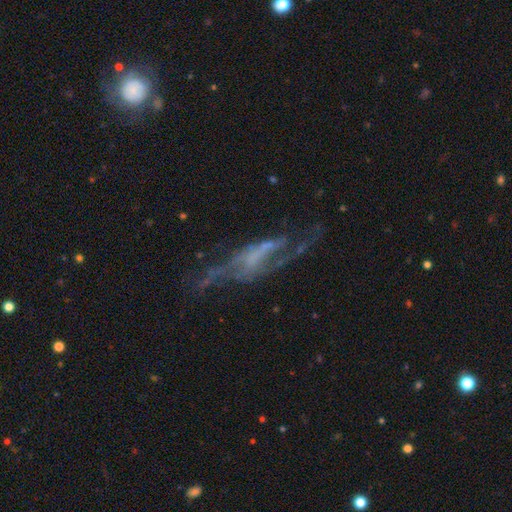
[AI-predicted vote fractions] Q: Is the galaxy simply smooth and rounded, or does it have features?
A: featured or disk — 75%.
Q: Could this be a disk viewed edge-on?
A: no — 73%.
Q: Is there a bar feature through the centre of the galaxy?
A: no — 49%.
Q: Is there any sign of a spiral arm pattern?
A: yes — 68%.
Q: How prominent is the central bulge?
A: none — 62%.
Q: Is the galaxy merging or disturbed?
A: none — 42%.